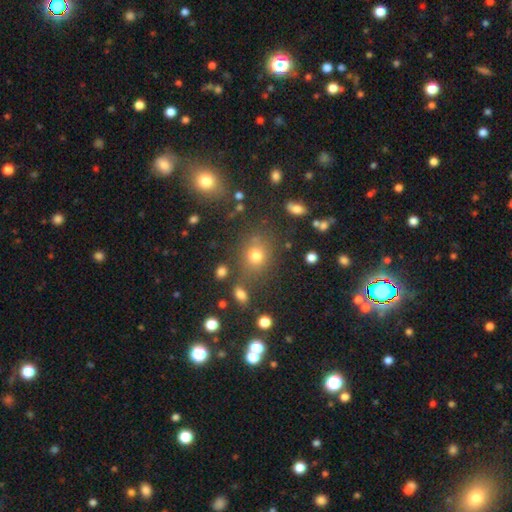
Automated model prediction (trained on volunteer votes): Q: Smooth or featured?
A: smooth (71%); runner-up: star or artifact (19%)
Q: How rounded?
A: round (68%); runner-up: in between (31%)
Q: Merging?
A: none (73%); runner-up: minor disturbance (13%)